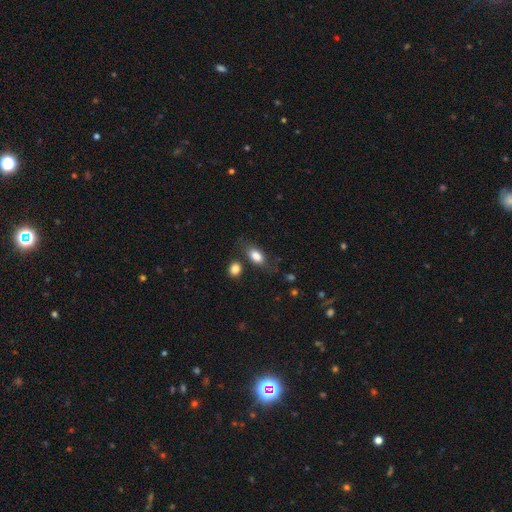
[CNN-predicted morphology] Overall: smooth (83%). How rounded: in between (85%). Merging: none (69%).